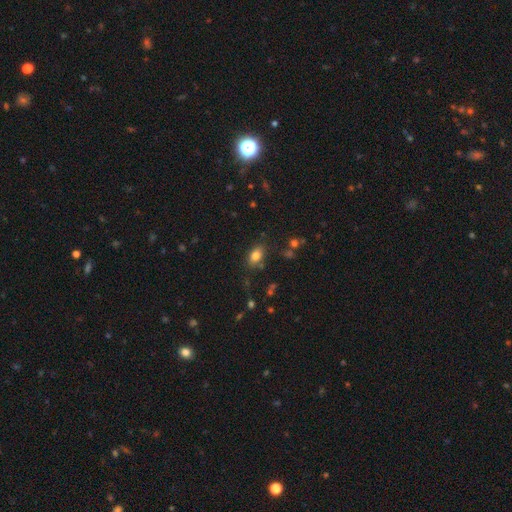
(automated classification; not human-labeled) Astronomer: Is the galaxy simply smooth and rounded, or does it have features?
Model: smooth — 80%.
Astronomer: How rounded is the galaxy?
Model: in between — 86%.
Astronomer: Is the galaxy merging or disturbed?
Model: none — 80%.